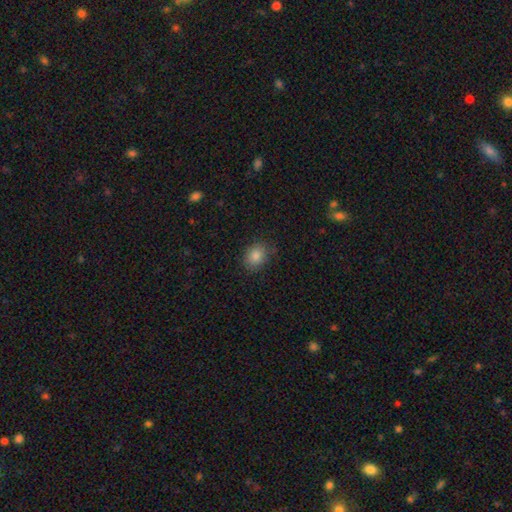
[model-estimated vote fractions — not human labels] Smooth or featured? Predicted: smooth (p=0.83). How rounded? Predicted: round (p=0.51). Merging? Predicted: none (p=0.83).